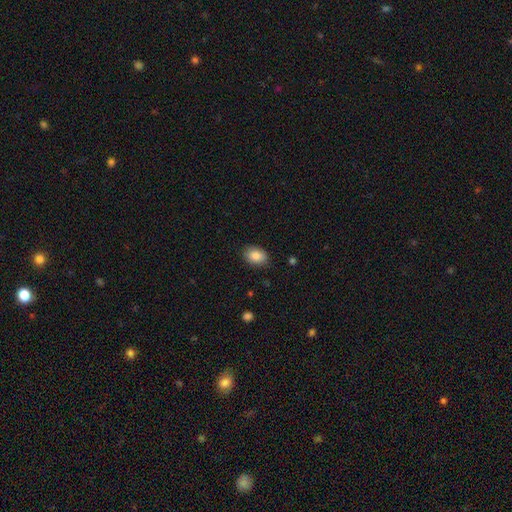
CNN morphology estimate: This is clearly a smooth galaxy (87%). How rounded: likely in between (78%). Merging: clearly none (85%).